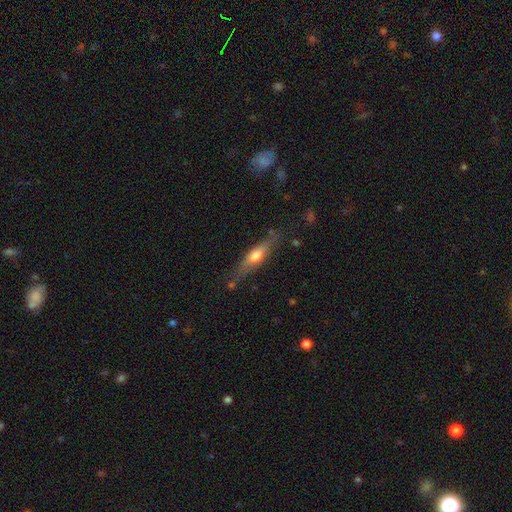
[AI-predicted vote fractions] Morphology: type=smooth (49%); merging=none (70%).